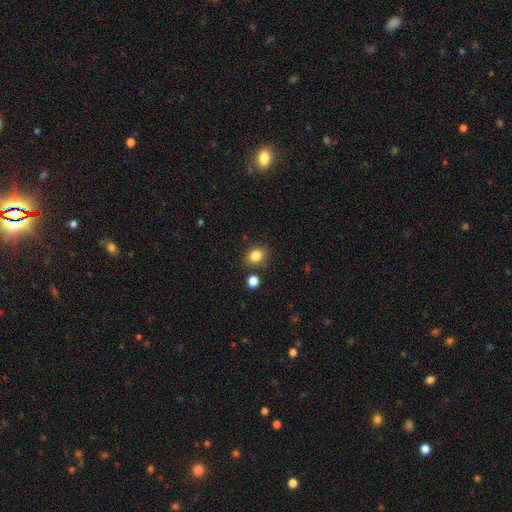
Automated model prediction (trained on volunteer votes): A smooth galaxy with no disk features (82%) that is in between round and cigar-shaped (58%). Merging: none (79%).